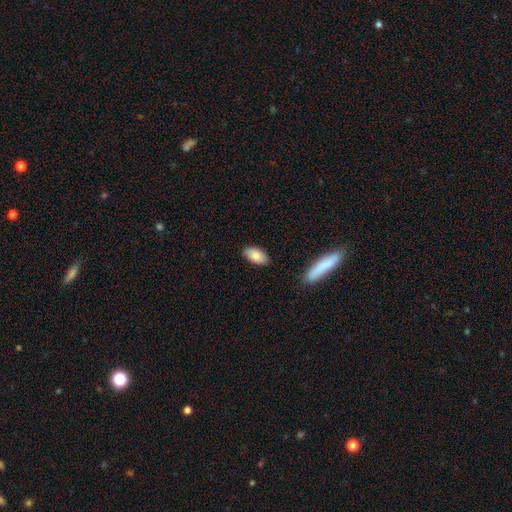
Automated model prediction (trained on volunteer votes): Morphology: type=smooth (85%); roundness=in between (93%); merging=none (86%).